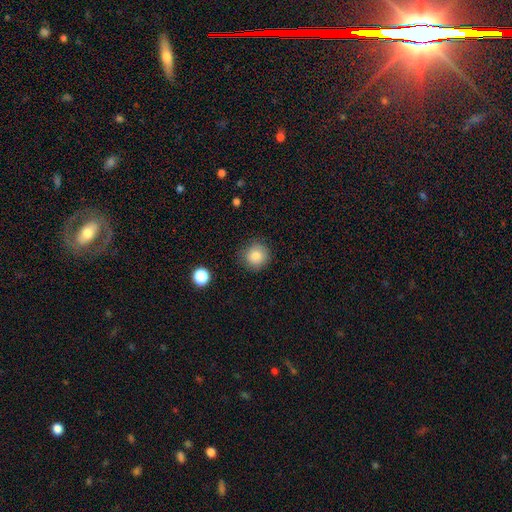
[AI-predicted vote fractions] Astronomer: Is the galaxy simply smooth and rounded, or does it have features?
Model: smooth — 83%.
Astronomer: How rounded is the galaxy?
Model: round — 91%.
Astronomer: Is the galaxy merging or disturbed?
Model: none — 84%.